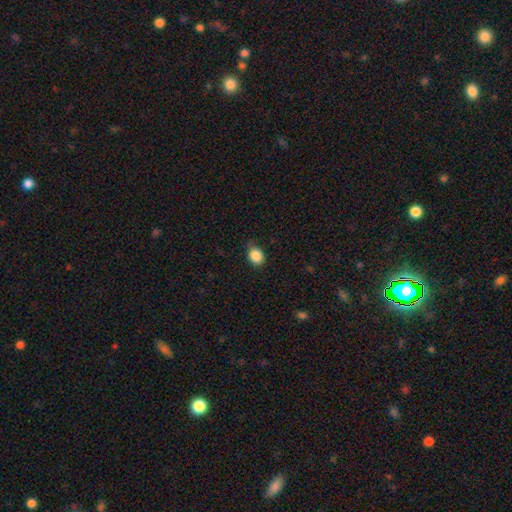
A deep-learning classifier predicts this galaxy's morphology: Overall: smooth (86%). How rounded: round (56%; in between 43%). Merging: none (74%).